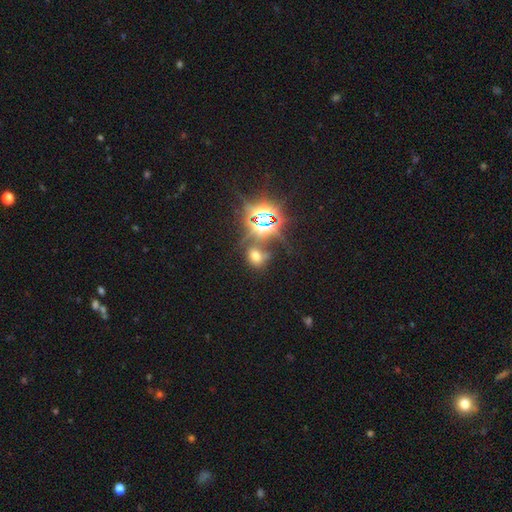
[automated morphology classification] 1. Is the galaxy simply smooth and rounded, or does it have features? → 47% smooth, 42% star or artifact, 11% featured or disk.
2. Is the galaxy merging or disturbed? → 59% none, 16% merger, 15% minor disturbance, 10% major disturbance.